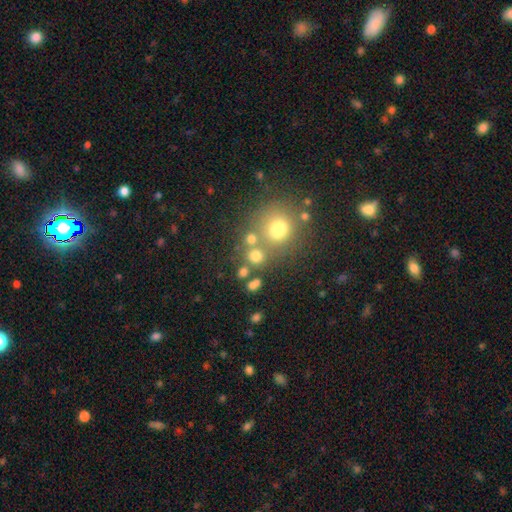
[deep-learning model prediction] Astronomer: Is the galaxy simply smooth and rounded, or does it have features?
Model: smooth — 69%.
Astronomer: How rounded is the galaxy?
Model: round — 83%.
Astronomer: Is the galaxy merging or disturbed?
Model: none — 59%.